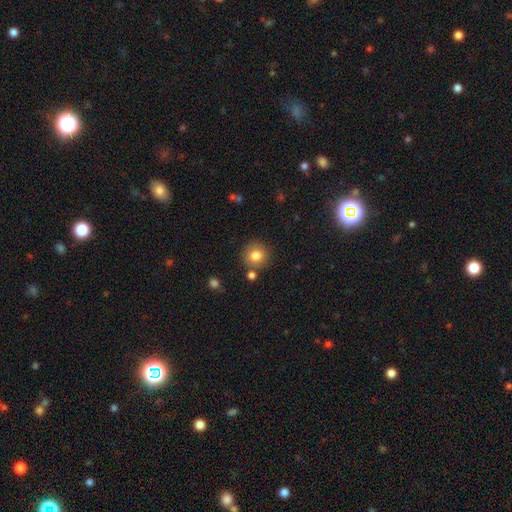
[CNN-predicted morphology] type=smooth (81%); roundness=round (87%); merging=none (80%).